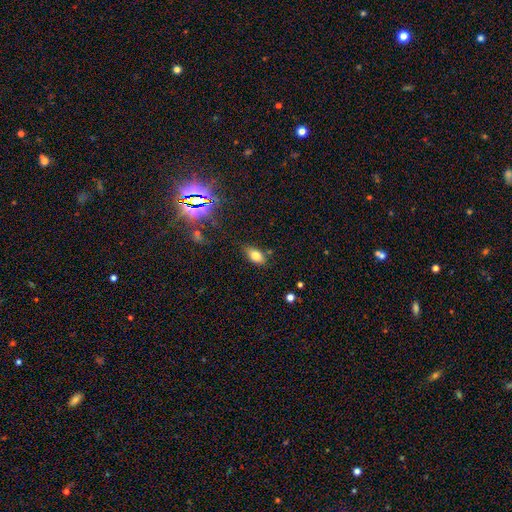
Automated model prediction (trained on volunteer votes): Smooth or featured?
  - smooth: 78% *
  - star or artifact: 11%
  - featured or disk: 10%
How rounded?
  - in between: 88% *
  - round: 8%
  - cigar-shaped: 4%
Merging?
  - none: 75% *
  - minor disturbance: 18%
  - major disturbance: 4%
  - merger: 3%